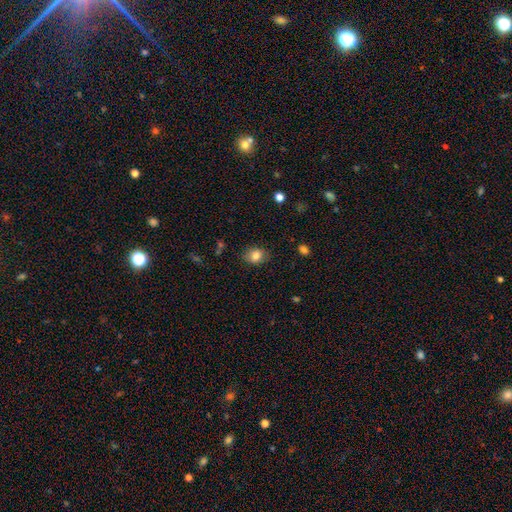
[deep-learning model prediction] smooth-or-featured: smooth: 81% | star or artifact: 10% | featured or disk: 9%
  how-rounded: in between: 60% | round: 39% | cigar-shaped: 1%
  merging: none: 81% | minor disturbance: 14% | major disturbance: 3% | merger: 1%